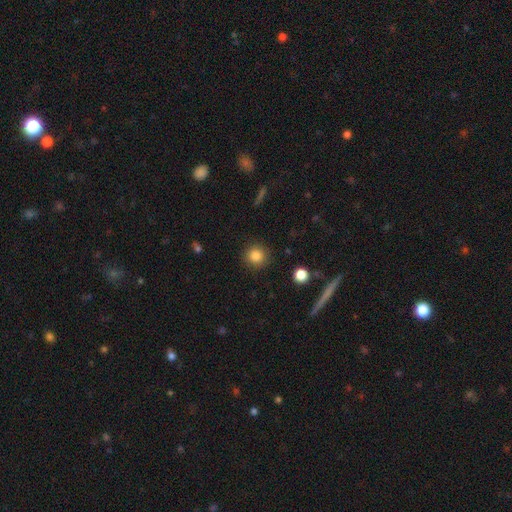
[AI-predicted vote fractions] This is clearly a smooth galaxy (84%). How rounded: clearly round (92%). Merging: clearly none (90%).